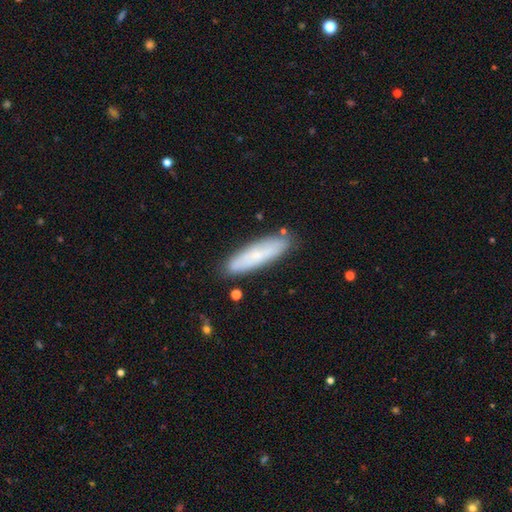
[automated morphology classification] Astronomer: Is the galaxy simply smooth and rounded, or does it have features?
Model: smooth — 61%.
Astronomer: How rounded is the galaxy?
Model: cigar-shaped — 71%.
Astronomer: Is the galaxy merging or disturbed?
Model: none — 84%.